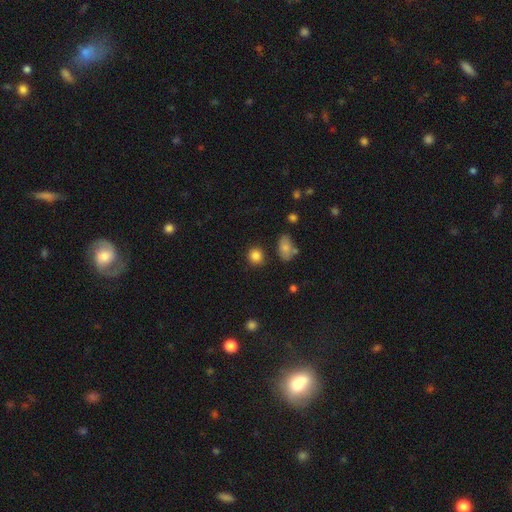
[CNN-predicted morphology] A smooth galaxy with no disk features (85%) that is round (86%). Merging: none (84%).